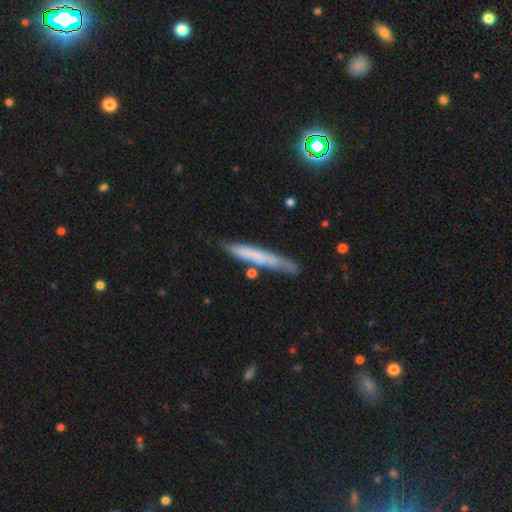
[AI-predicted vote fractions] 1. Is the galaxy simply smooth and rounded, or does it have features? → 59% smooth, 34% featured or disk, 7% star or artifact.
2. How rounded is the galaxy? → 95% cigar-shaped, 4% in between, 1% round.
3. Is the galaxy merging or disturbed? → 74% none, 17% minor disturbance, 6% merger, 3% major disturbance.